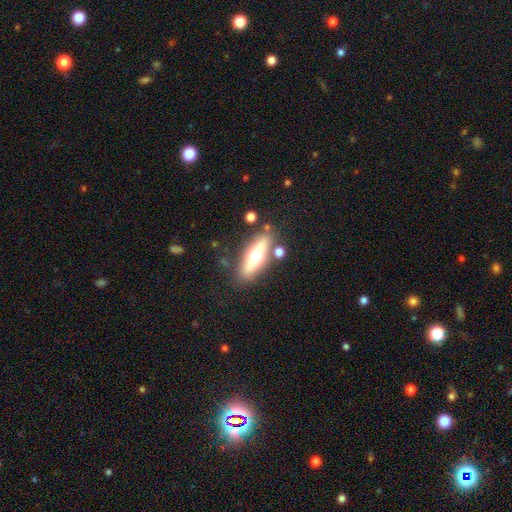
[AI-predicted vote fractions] Morphology: type=featured or disk (49%); merging=none (79%).